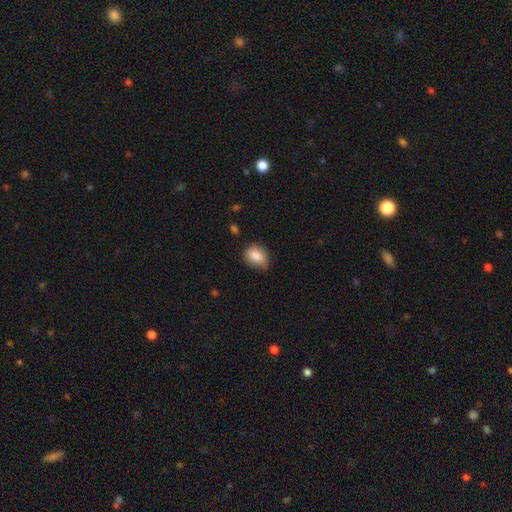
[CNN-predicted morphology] smooth 83%, featured or disk 9%, star or artifact 8%. Down the decision tree: how rounded — in between (65%); merging — none (60%).